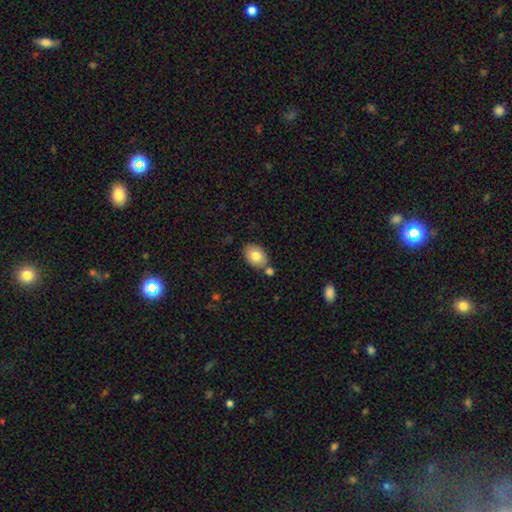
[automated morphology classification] type=smooth (80%); roundness=in between (82%); merging=none (72%).